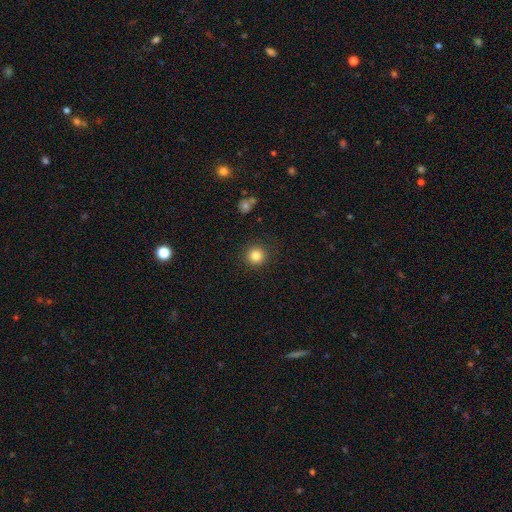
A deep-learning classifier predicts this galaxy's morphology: smooth_or_featured: smooth (p=0.83) [alt: star or artifact p=0.12]
how_rounded: round (p=0.94) [alt: in between p=0.05]
merging: none (p=0.91) [alt: minor disturbance p=0.06]